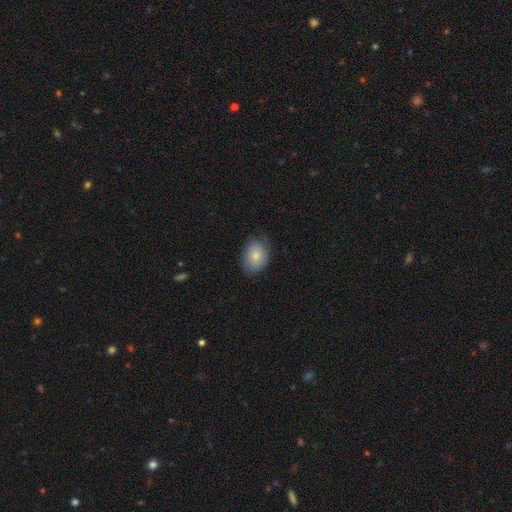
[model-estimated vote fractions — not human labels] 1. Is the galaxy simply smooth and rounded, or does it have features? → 83% smooth, 10% featured or disk, 7% star or artifact.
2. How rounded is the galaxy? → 70% in between, 29% round, 1% cigar-shaped.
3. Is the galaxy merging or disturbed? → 79% none, 17% minor disturbance, 4% major disturbance, 1% merger.